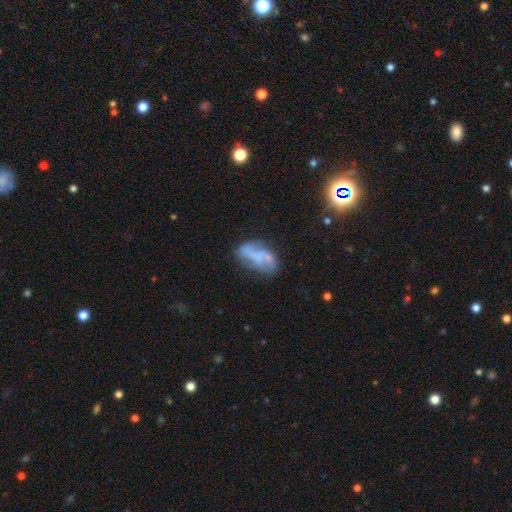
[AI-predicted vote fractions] Smooth or featured? featured or disk (57%)
Edge-on disk? no (95%)
Bar? no (62%)
Spiral arms? yes (57%)
Bulge size? none (65%)
Merging? none (47%)